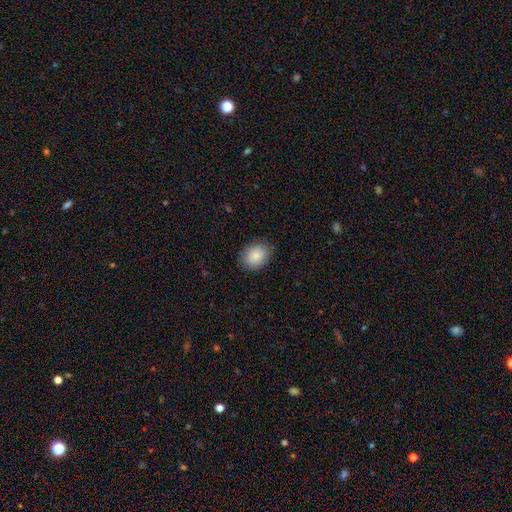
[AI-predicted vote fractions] This is clearly a smooth galaxy (87%). How rounded: possibly in between (51%). Merging: clearly none (85%).